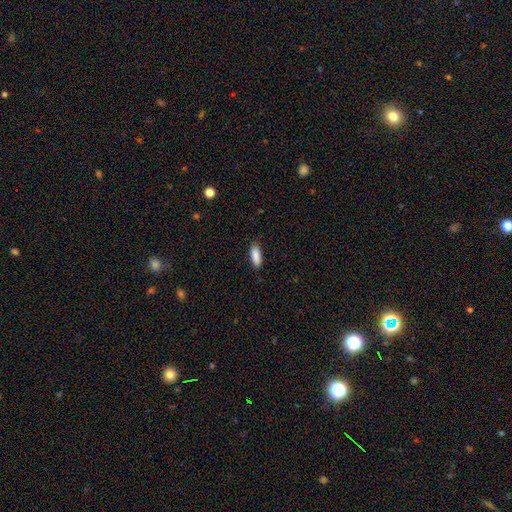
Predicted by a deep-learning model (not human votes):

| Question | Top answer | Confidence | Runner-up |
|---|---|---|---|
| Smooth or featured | smooth | 89% | star or artifact (7%) |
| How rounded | in between | 65% | cigar-shaped (33%) |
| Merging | none | 85% | minor disturbance (12%) |